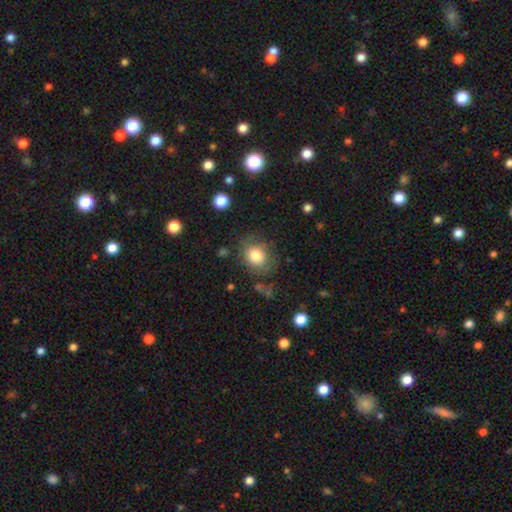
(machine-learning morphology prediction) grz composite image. It shows a smooth galaxy with no disk features (78%) that is round (67%). Merging: none (69%).